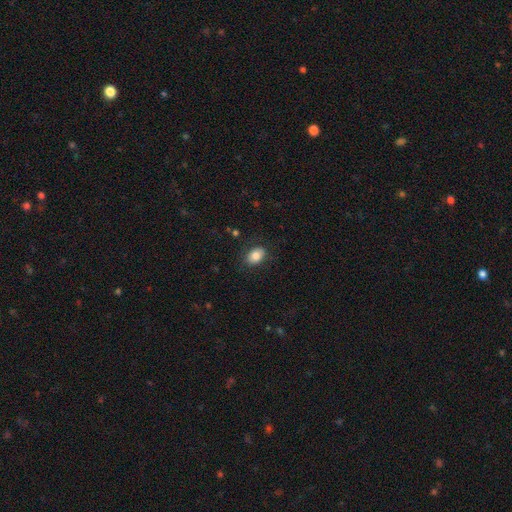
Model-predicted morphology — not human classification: Q: Smooth or featured?
A: smooth (81%); runner-up: featured or disk (11%)
Q: How rounded?
A: in between (80%); runner-up: round (19%)
Q: Merging?
A: none (81%); runner-up: minor disturbance (13%)